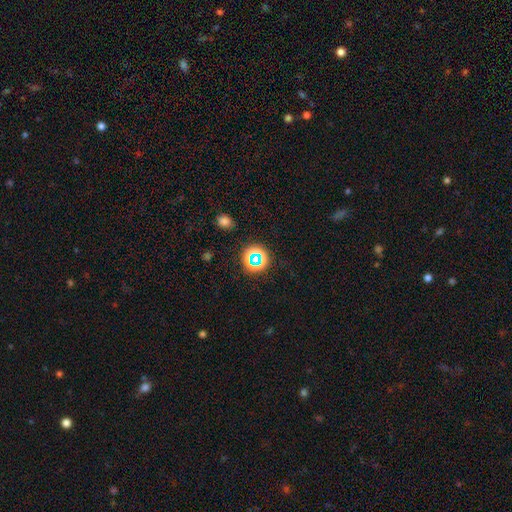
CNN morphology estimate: Smooth or featured? Predicted: star or artifact (p=0.63).